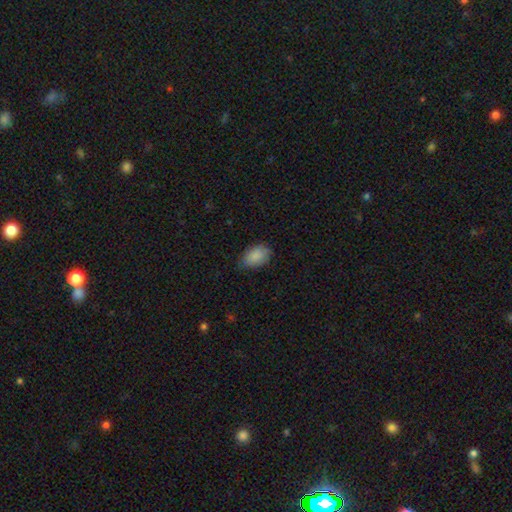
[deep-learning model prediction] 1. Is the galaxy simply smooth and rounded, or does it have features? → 88% smooth, 7% star or artifact, 5% featured or disk.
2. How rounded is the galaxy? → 90% in between, 8% round, 1% cigar-shaped.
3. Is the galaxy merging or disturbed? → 74% none, 21% minor disturbance, 4% major disturbance, 1% merger.